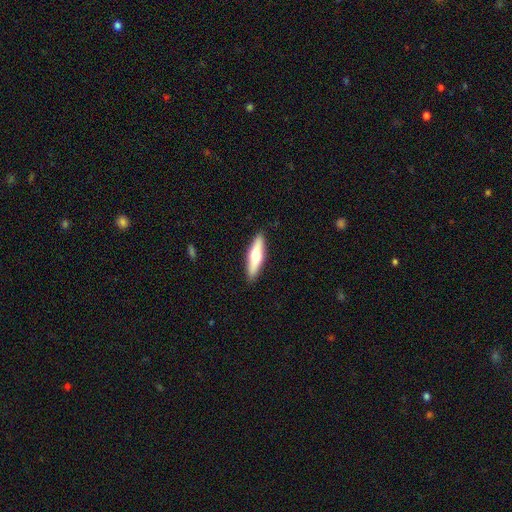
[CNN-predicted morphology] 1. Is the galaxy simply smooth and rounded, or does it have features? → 57% smooth, 37% featured or disk, 5% star or artifact.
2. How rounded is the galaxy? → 65% cigar-shaped, 33% in between, 2% round.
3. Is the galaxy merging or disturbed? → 89% none, 8% minor disturbance, 2% major disturbance, 1% merger.